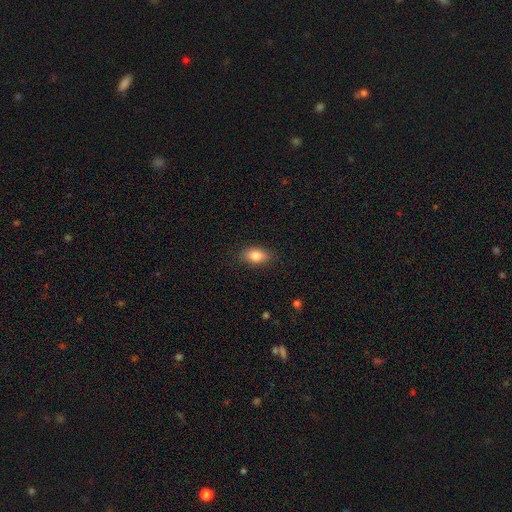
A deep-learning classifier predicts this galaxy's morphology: This is clearly a smooth galaxy (83%). How rounded: clearly in between (86%). Merging: clearly none (85%).